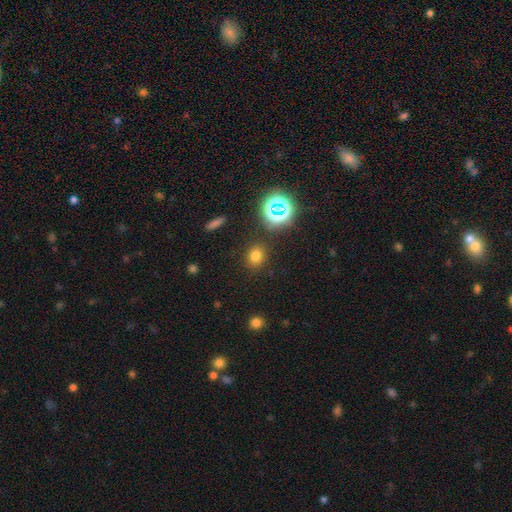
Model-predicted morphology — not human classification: Smooth or featured? smooth (72%)
How rounded? round (64%)
Merging? none (86%)